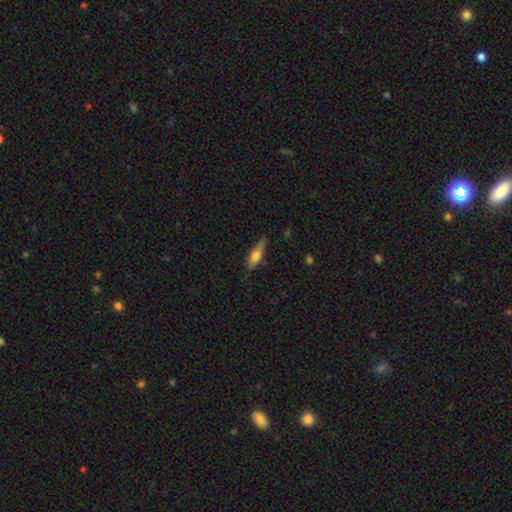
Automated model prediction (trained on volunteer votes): Overall: smooth (62%; featured or disk 31%). How rounded: cigar-shaped (55%; in between 42%). Merging: none (74%).